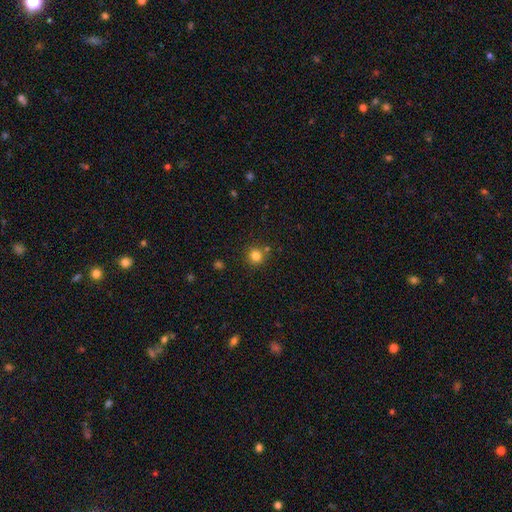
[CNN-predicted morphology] smooth-or-featured: smooth: 81% | star or artifact: 14% | featured or disk: 6%
  how-rounded: round: 93% | in between: 6% | cigar-shaped: 1%
  merging: none: 81% | merger: 8% | minor disturbance: 8% | major disturbance: 3%